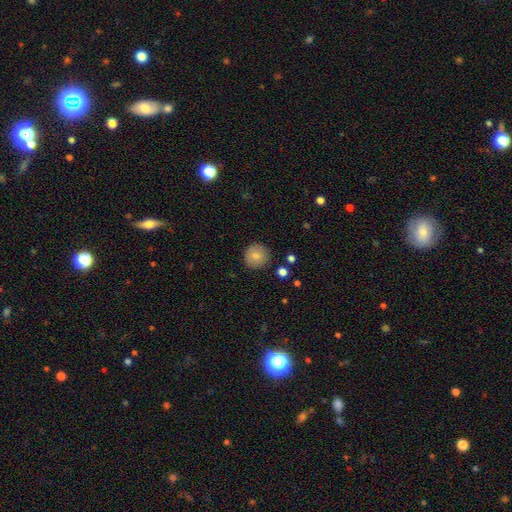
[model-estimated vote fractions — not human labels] Q: Smooth or featured?
A: smooth (82%); runner-up: featured or disk (9%)
Q: How rounded?
A: round (94%); runner-up: in between (5%)
Q: Merging?
A: none (88%); runner-up: minor disturbance (8%)